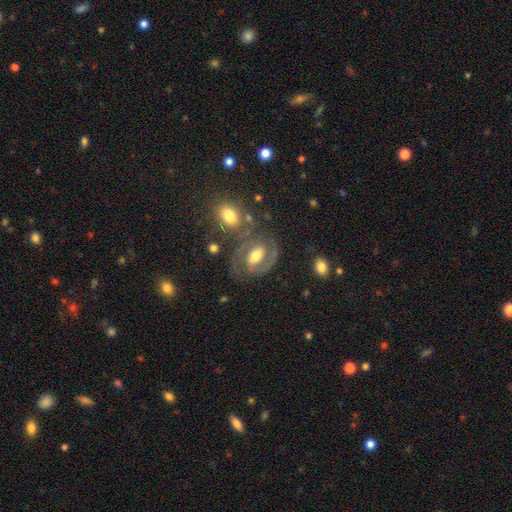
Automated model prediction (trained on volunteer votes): The model was most divided on "spiral winding": medium: 47%, tight: 42%, loose: 11%. Remaining: edge-on disk — no (97%); spiral arms — yes (91%); spiral arm count — 2 (83%); smooth or featured — featured or disk (80%); merging — none (65%); bulge size — moderate (63%); bar — weak (43%).